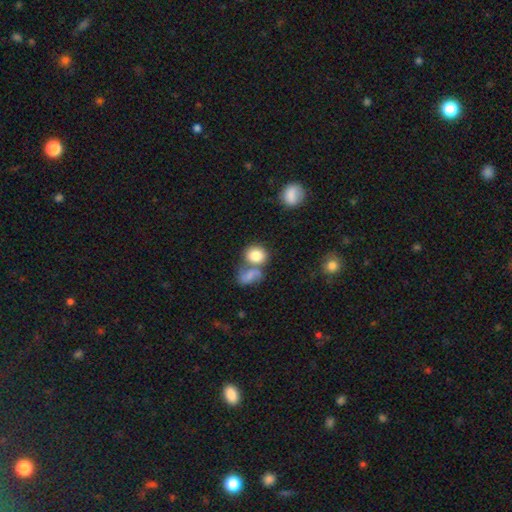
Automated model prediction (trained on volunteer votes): smooth 80%, featured or disk 11%, star or artifact 9%. Down the decision tree: how rounded — round (62%); merging — merger (43%).